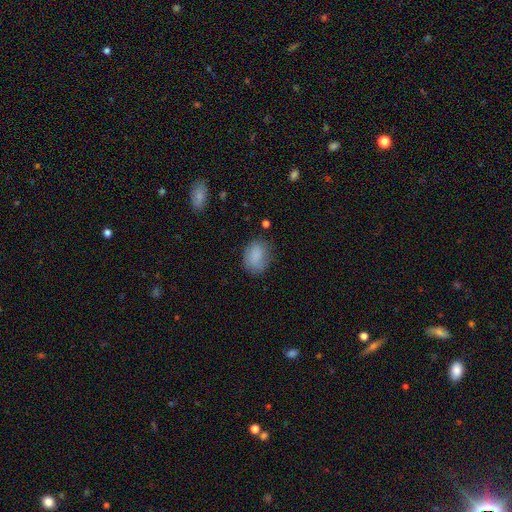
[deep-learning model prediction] A smooth galaxy with no disk features (83%) that is in between round and cigar-shaped (65%).

Vote fractions:
- Smooth or featured? smooth: 83% / featured or disk: 9% / star or artifact: 8%
- How rounded? in between: 65% / round: 34% / cigar-shaped: 1%
- Merging? none: 66% / minor disturbance: 25% / major disturbance: 8% / merger: 2%